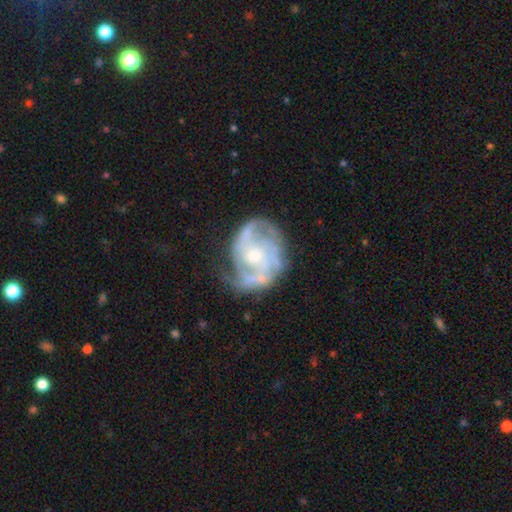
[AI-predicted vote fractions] Overall: featured or disk (85%). Edge-on disk: no (98%). Bar: no (69%). Spiral arms: yes (92%). Spiral arm count: 2 (43%; can't tell 24%). Spiral winding: tight (45%; medium 41%). Bulge size: small (51%; moderate 44%). Merging: none (57%; minor disturbance 25%).